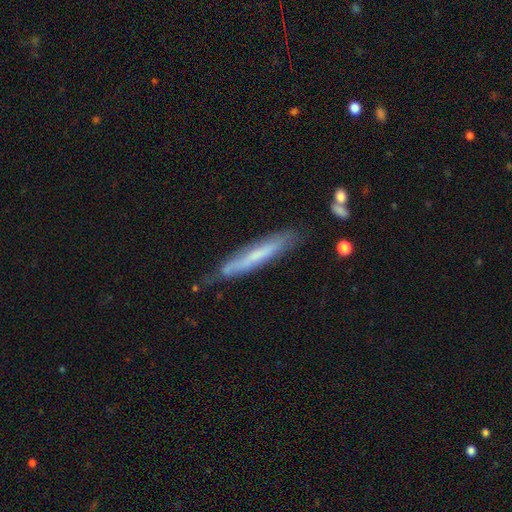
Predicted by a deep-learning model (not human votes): The model was most divided on "smooth or featured": smooth: 48%, featured or disk: 46%, star or artifact: 7%. More confident: merging — none (70%).